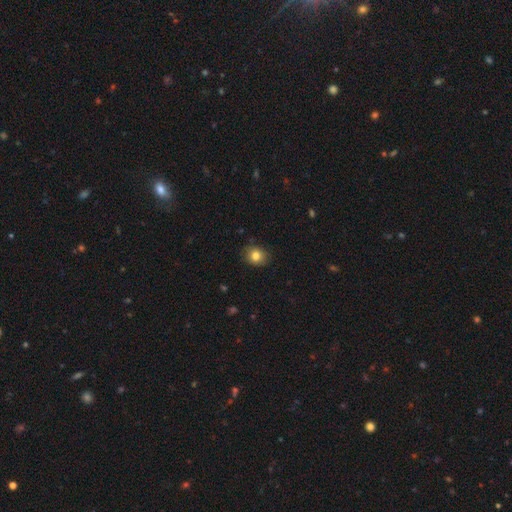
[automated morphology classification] smooth-or-featured: smooth: 82% | star or artifact: 11% | featured or disk: 8%
  how-rounded: round: 65% | in between: 34% | cigar-shaped: 1%
  merging: none: 85% | minor disturbance: 12% | major disturbance: 2% | merger: 1%